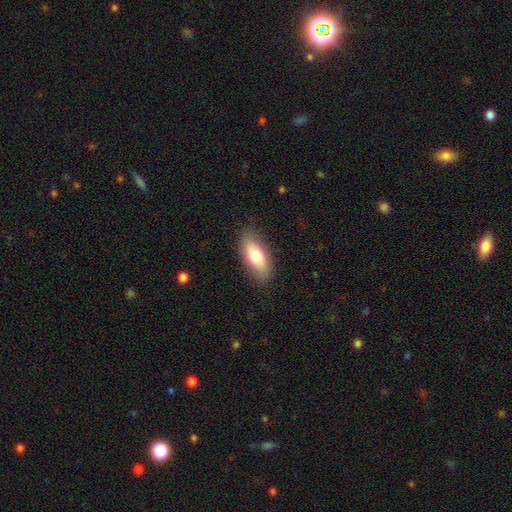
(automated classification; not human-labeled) Smooth or featured: smooth — 73% (featured or disk — 21%)
How rounded: in between — 82% (cigar-shaped — 15%)
Merging: none — 85% (minor disturbance — 12%)